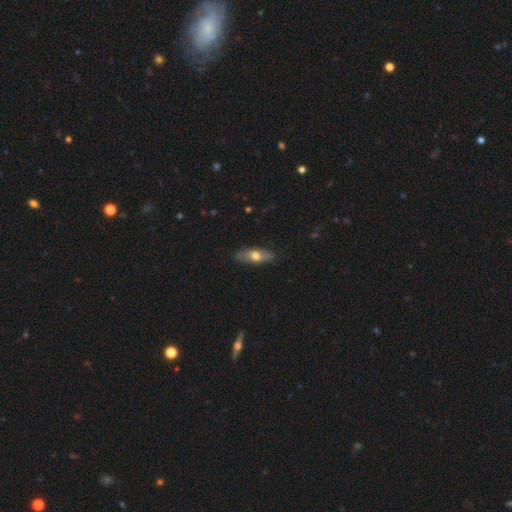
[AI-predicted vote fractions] This appears to be a smooth galaxy with no disk features (59%) that is in between round and cigar-shaped (69%). Merging: none (82%).